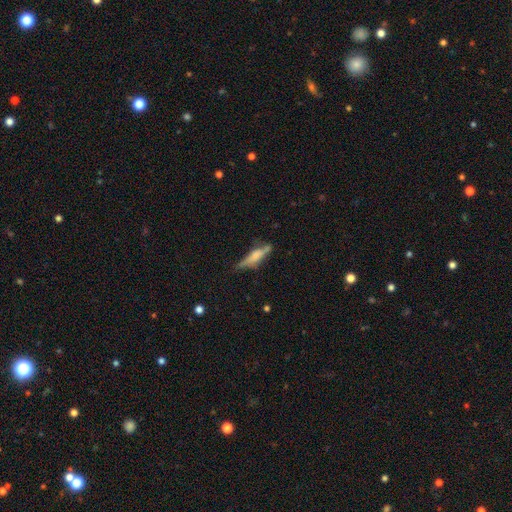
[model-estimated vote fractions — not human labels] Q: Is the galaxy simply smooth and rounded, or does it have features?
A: featured or disk — 48%.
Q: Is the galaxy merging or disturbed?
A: none — 58%.